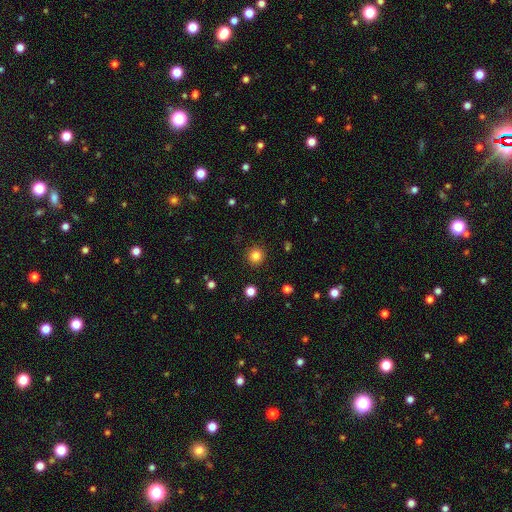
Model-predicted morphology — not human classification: smooth 83%, star or artifact 13%, featured or disk 4%. Down the decision tree: how rounded — round (94%); merging — none (92%).